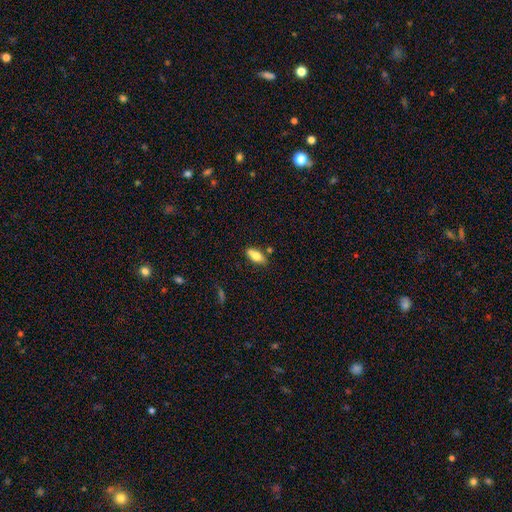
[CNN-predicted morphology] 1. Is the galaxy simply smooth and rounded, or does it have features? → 73% smooth, 21% featured or disk, 7% star or artifact.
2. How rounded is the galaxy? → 79% in between, 18% cigar-shaped, 3% round.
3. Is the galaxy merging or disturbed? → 75% none, 15% minor disturbance, 7% merger, 3% major disturbance.